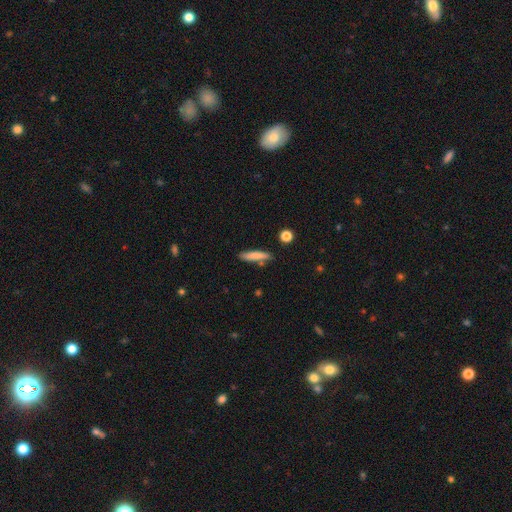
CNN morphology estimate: type=smooth (77%); roundness=cigar-shaped (84%); merging=none (80%).